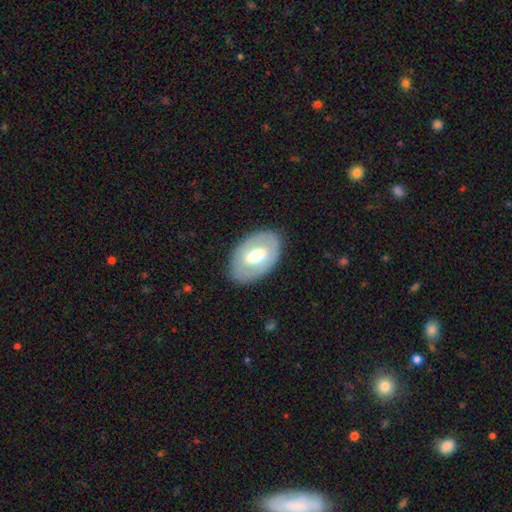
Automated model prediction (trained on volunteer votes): This appears to be a featured or disk galaxy (49%). Merging: none (84%).